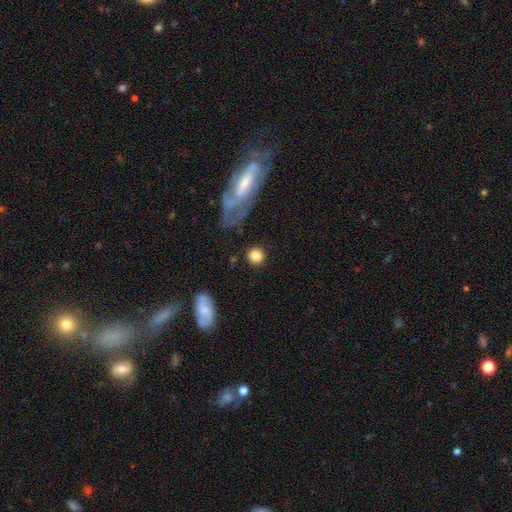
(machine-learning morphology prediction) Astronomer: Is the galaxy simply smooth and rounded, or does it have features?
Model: smooth — 82%.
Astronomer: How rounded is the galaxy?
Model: round — 91%.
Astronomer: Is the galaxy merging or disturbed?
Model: none — 84%.